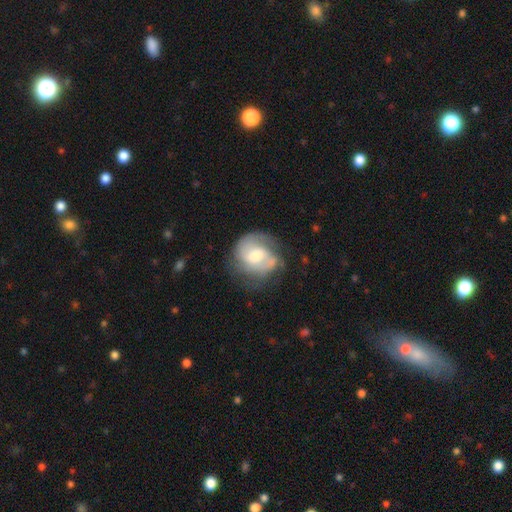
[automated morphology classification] This appears to be a featured or disk galaxy (69%) with a weak bar (50%), 2 (66%) medium (46%) spiral arms (89%) and a moderate central bulge (57%). Merging: none (58%).